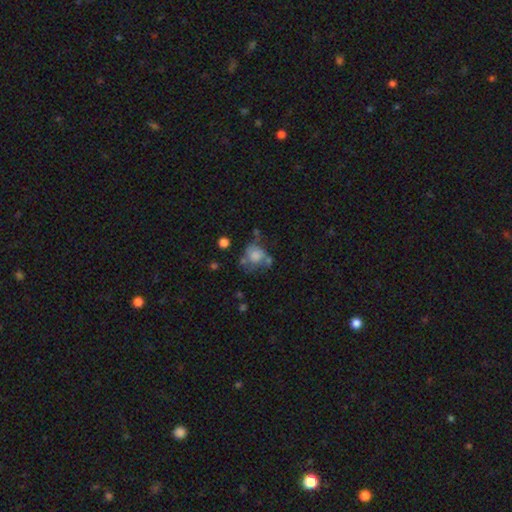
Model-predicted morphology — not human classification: A smooth galaxy with no disk features (55%) that is round (65%). Merging: none (35%).